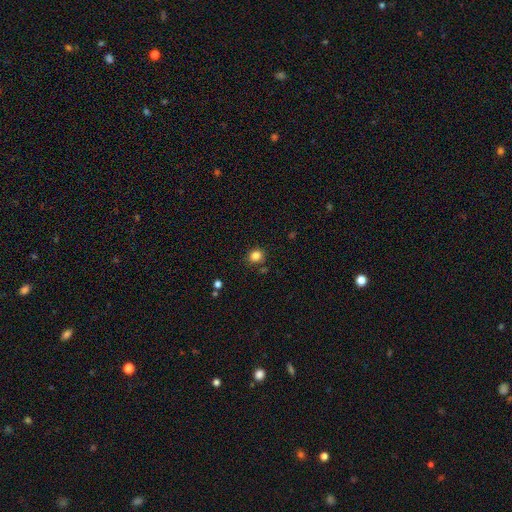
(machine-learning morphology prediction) type=smooth (83%); roundness=round (81%); merging=none (81%).